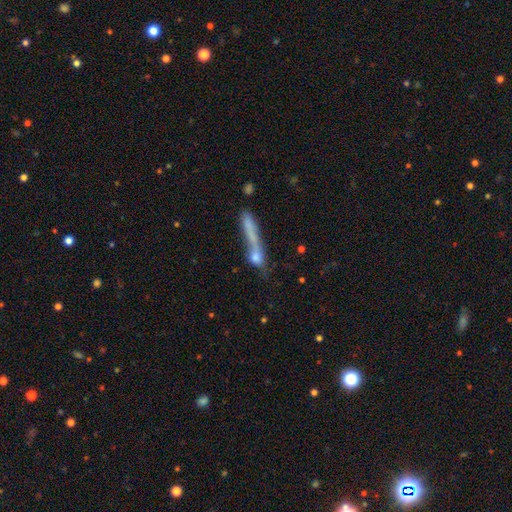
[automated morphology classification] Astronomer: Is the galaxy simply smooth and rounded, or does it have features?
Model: smooth — 54% (runner-up: featured or disk, 33%).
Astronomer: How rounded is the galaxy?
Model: cigar-shaped — 77%.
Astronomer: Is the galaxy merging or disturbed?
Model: merger — 39% (runner-up: none, 30%).